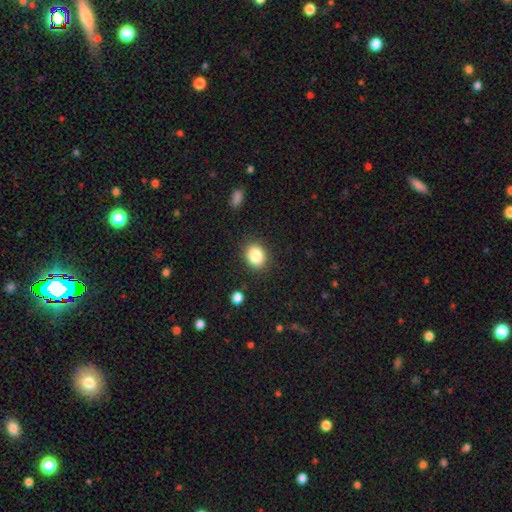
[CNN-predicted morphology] Overall: smooth (85%). How rounded: round (50%; in between 49%). Merging: none (88%).